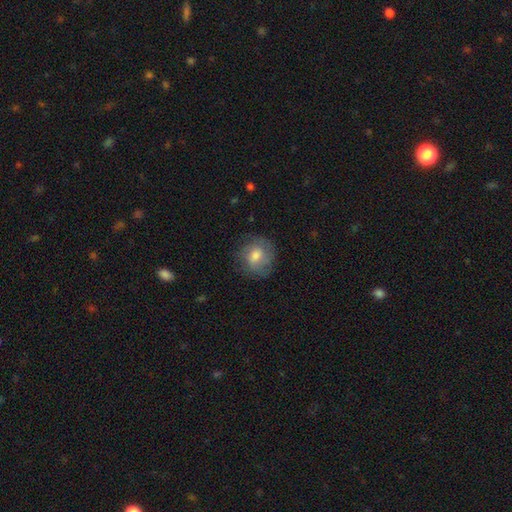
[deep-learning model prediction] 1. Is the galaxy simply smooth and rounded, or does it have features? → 64% smooth, 27% featured or disk, 9% star or artifact.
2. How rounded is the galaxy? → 82% round, 17% in between, 1% cigar-shaped.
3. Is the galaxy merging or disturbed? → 75% none, 17% minor disturbance, 7% major disturbance, 1% merger.